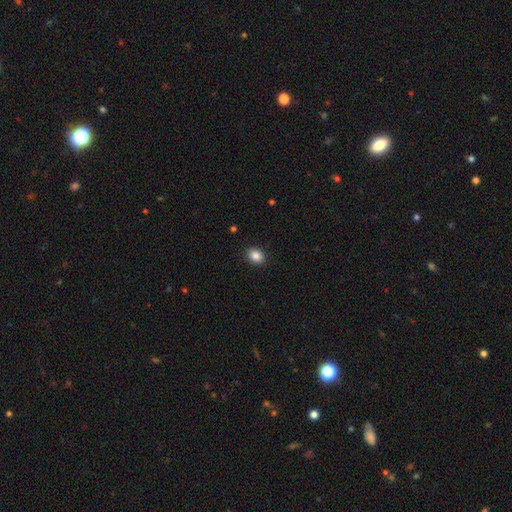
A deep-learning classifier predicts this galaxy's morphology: Overall: smooth (87%). How rounded: in between (53%; round 46%). Merging: none (90%).